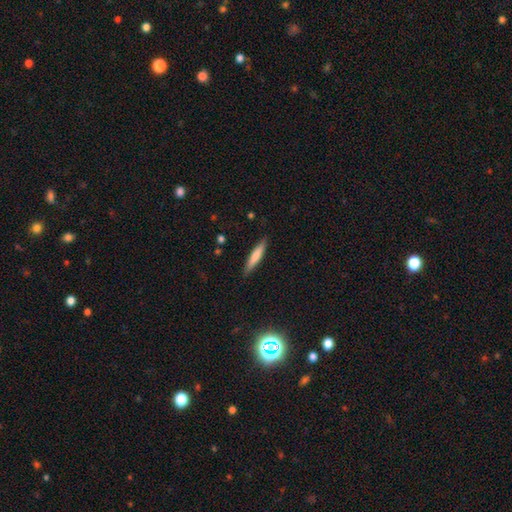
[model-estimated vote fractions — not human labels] A smooth galaxy with no disk features (72%) that is cigar-shaped (90%).

Vote fractions:
- Smooth or featured? smooth: 72% / featured or disk: 22% / star or artifact: 6%
- How rounded? cigar-shaped: 90% / in between: 9% / round: 1%
- Merging? none: 88% / minor disturbance: 9% / major disturbance: 2% / merger: 1%